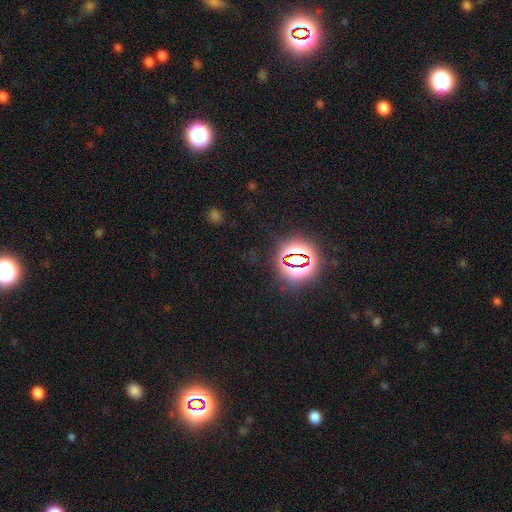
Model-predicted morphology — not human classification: smooth_or_featured: star or artifact (p=0.78) [alt: smooth p=0.14]